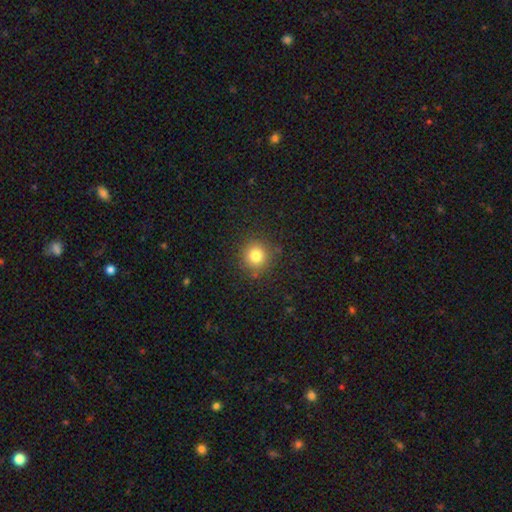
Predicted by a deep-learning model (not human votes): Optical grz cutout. It shows a smooth galaxy with no disk features (79%) that is round (93%). Merging: none (88%).